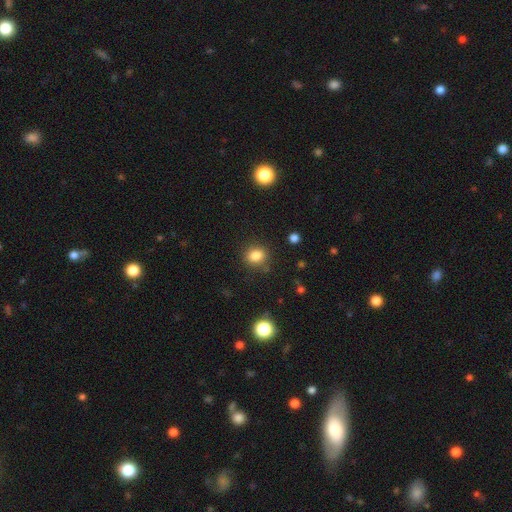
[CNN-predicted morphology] A smooth galaxy with no disk features (83%) that is round (64%). Merging: none (83%).